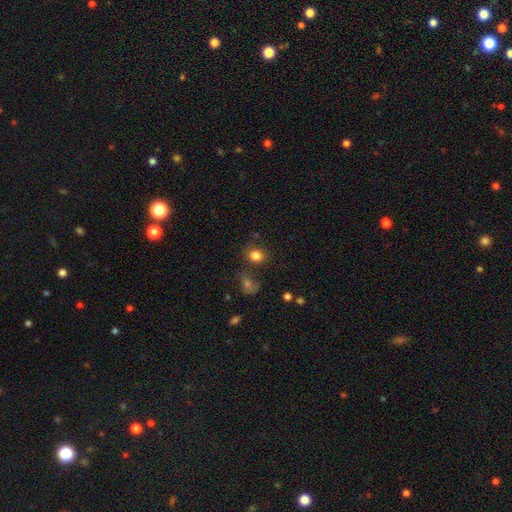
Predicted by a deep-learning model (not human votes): Overall: smooth (82%). How rounded: round (55%; in between 44%). Merging: none (72%).